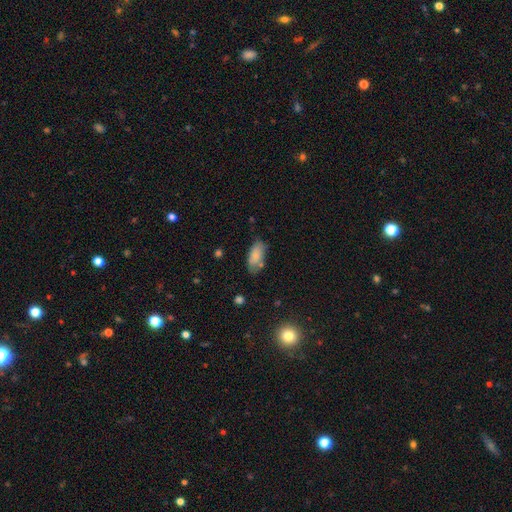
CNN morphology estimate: Smooth or featured: smooth — 81% (featured or disk — 12%)
How rounded: in between — 89% (cigar-shaped — 8%)
Merging: none — 65% (minor disturbance — 22%)